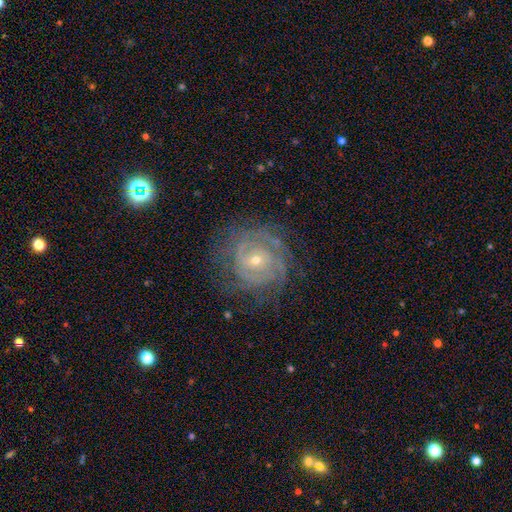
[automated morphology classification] Smooth or featured?
  - featured or disk: 79% *
  - star or artifact: 11%
  - smooth: 10%
Edge-on disk?
  - no: 97% *
  - yes: 3%
Bar?
  - no: 57% *
  - weak: 32%
  - strong: 11%
Spiral arms?
  - yes: 93% *
  - no: 7%
Spiral winding?
  - tight: 75% *
  - medium: 20%
  - loose: 5%
Spiral arm count?
  - can't tell: 37% *
  - 2: 25%
  - 3: 15%
  - 4: 10%
  - more than 4: 7%
  - 1: 6%
Bulge size?
  - small: 64% *
  - moderate: 33%
  - large: 1%
  - none: 1%
  - dominant: 1%
Merging?
  - none: 79% *
  - minor disturbance: 14%
  - major disturbance: 6%
  - merger: 1%